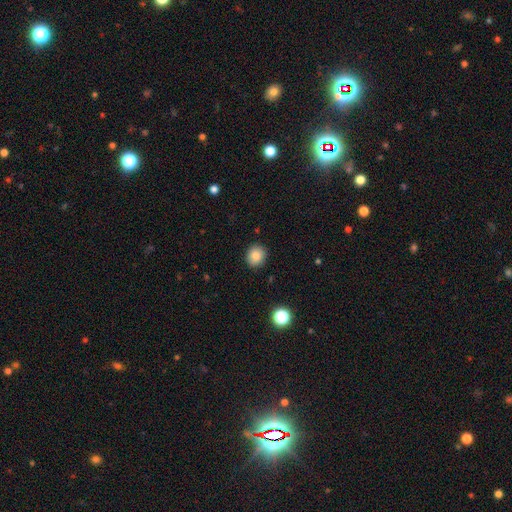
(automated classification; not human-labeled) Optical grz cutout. It shows a smooth galaxy with no disk features (85%) that is round (80%). Merging: none (89%).